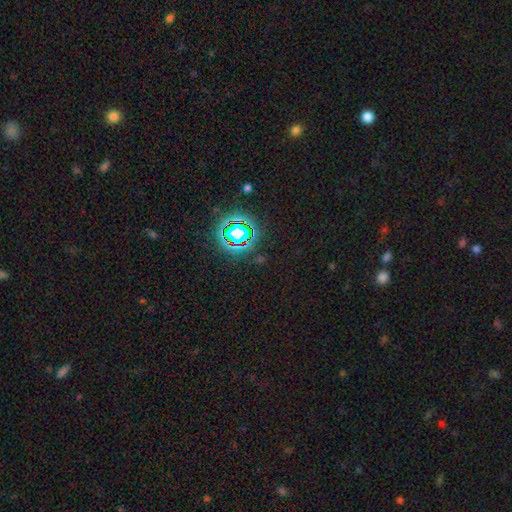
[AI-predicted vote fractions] Overall: star or artifact (79%).